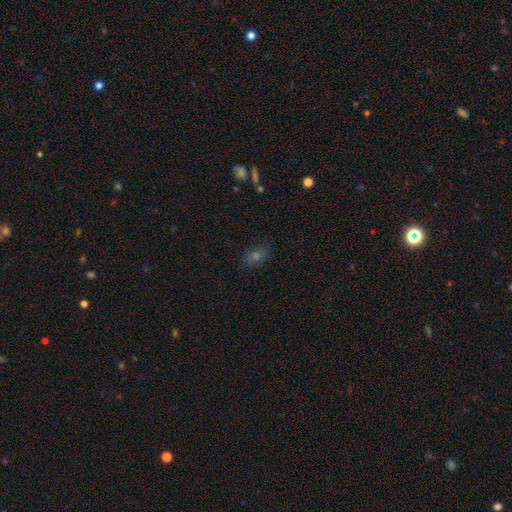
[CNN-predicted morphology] The model was most divided on "smooth or featured": smooth: 55%, star or artifact: 28%, featured or disk: 16%. More confident: merging — none (82%); how rounded — in between (72%).